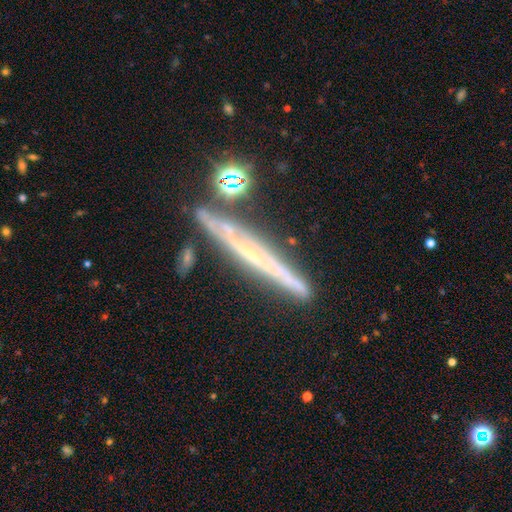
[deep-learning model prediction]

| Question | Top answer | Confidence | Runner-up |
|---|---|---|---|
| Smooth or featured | featured or disk | 70% | smooth (21%) |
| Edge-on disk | yes | 93% | no (7%) |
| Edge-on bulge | none | 68% | rounded (25%) |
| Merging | none | 74% | minor disturbance (15%) |